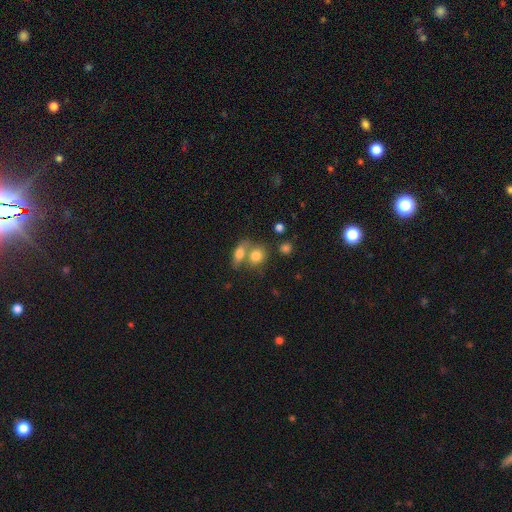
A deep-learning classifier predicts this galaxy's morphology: type=smooth (78%); roundness=round (51%); merging=merger (46%).